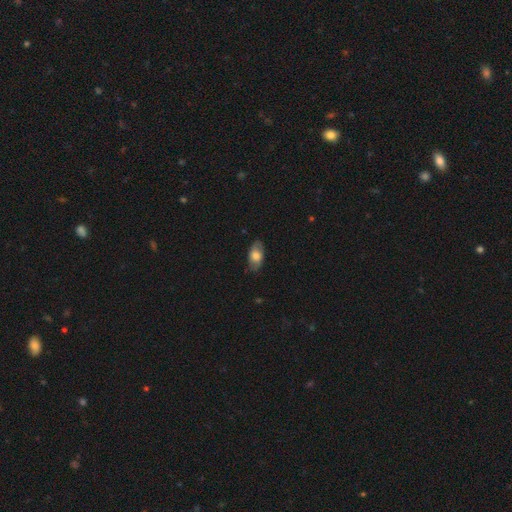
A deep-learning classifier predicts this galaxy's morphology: Smooth or featured?
  - smooth: 66% *
  - featured or disk: 27%
  - star or artifact: 7%
How rounded?
  - in between: 91% *
  - round: 6%
  - cigar-shaped: 4%
Merging?
  - none: 79% *
  - minor disturbance: 17%
  - major disturbance: 4%
  - merger: 1%